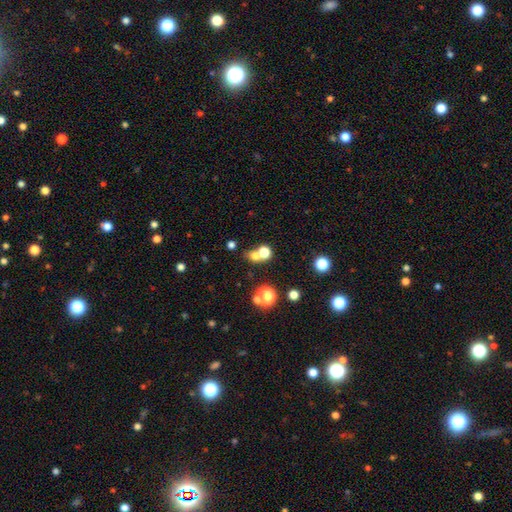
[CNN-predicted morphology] A smooth galaxy with no disk features (67%) that is round (73%). Merging: none (47%).